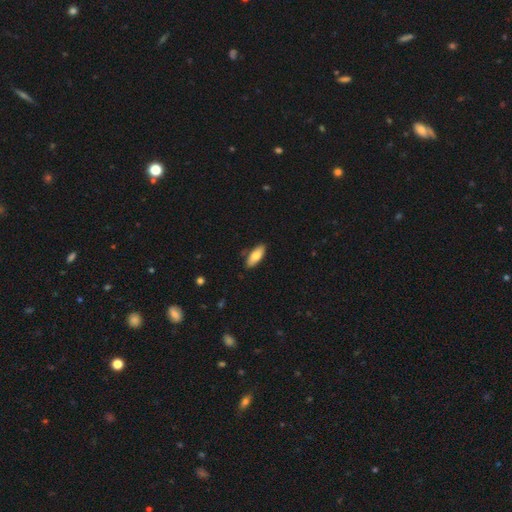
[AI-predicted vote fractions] smooth-or-featured: smooth: 77% | featured or disk: 17% | star or artifact: 6%
  how-rounded: in between: 77% | cigar-shaped: 21% | round: 2%
  merging: none: 85% | minor disturbance: 11% | major disturbance: 2% | merger: 2%